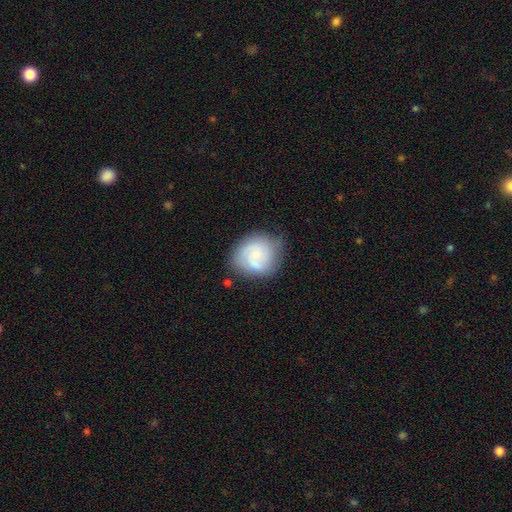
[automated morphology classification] Smooth or featured? Predicted: featured or disk (p=0.50). Merging? Predicted: none (p=0.61).